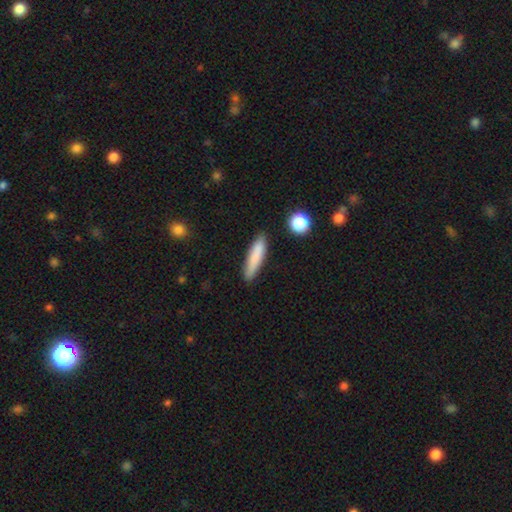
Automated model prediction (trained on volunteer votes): smooth 82%, featured or disk 12%, star or artifact 7%. Down the decision tree: how rounded — cigar-shaped (83%); merging — none (86%).